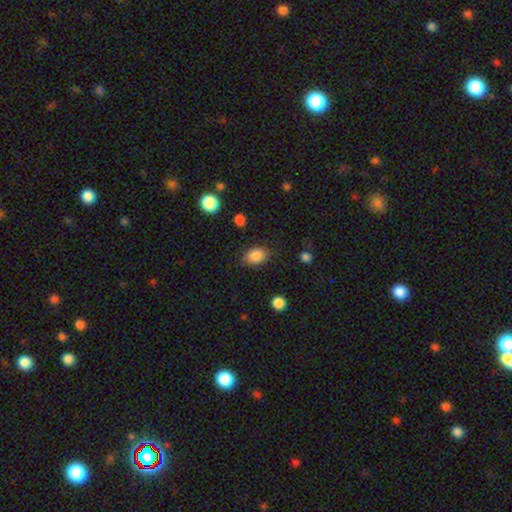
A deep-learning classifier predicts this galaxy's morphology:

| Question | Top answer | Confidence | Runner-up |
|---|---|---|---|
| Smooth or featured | smooth | 86% | star or artifact (8%) |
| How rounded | in between | 81% | round (18%) |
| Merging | none | 81% | minor disturbance (14%) |